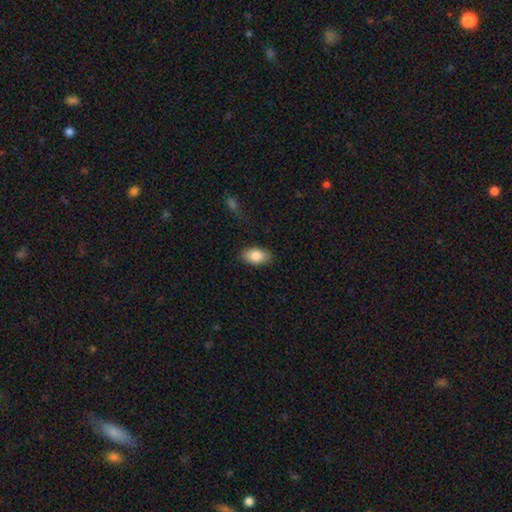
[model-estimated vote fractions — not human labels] smooth-or-featured: smooth: 86% | featured or disk: 7% | star or artifact: 7%
  how-rounded: in between: 92% | round: 6% | cigar-shaped: 2%
  merging: none: 85% | minor disturbance: 11% | major disturbance: 3% | merger: 1%